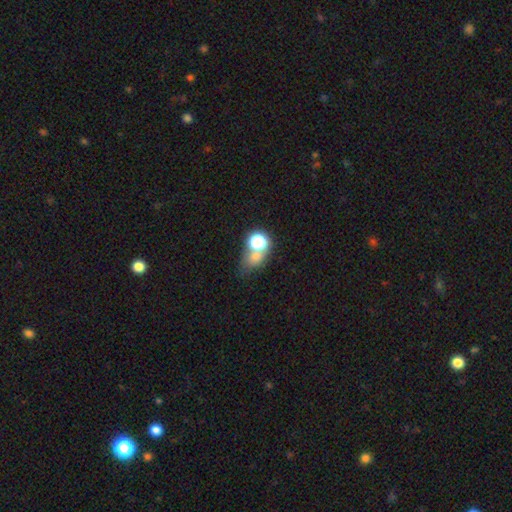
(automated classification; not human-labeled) The model was most divided on "merging": merger: 44%, none: 35%, minor disturbance: 11%, major disturbance: 10%. More confident: smooth or featured — smooth (67%); how rounded — round (58%).